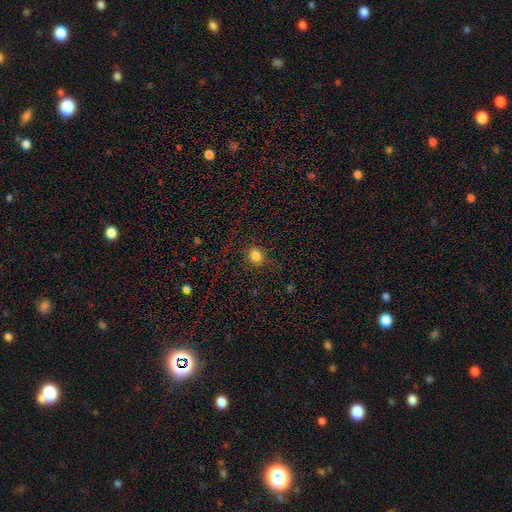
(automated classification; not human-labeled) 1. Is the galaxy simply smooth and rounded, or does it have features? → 82% smooth, 13% star or artifact, 5% featured or disk.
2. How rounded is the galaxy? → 85% round, 14% in between, 1% cigar-shaped.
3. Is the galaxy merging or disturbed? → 88% none, 8% minor disturbance, 3% major disturbance, 1% merger.